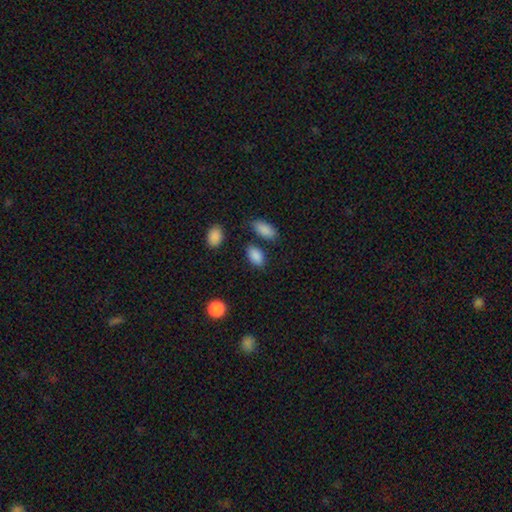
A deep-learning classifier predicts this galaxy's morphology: Q: Smooth or featured?
A: smooth (88%); runner-up: star or artifact (8%)
Q: How rounded?
A: in between (92%); runner-up: round (6%)
Q: Merging?
A: none (78%); runner-up: minor disturbance (12%)